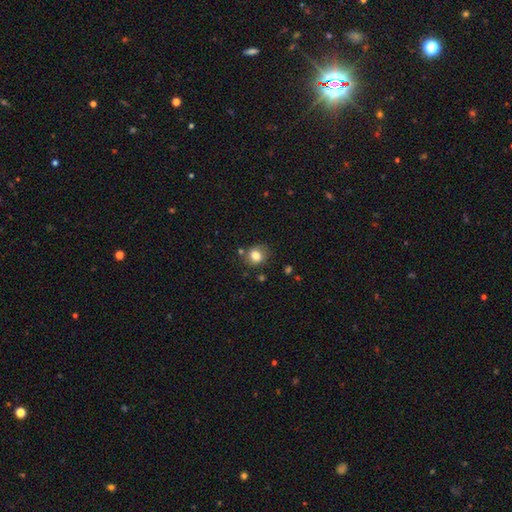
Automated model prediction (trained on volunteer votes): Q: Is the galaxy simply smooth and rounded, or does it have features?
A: smooth — 80%.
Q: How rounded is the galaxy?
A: round — 70%.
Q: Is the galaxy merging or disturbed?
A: none — 69%.